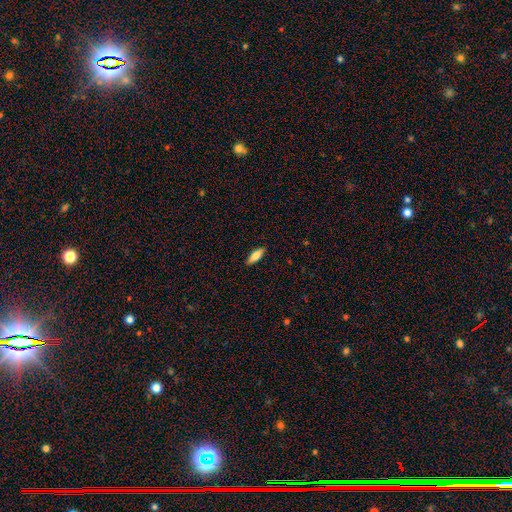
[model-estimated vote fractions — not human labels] Q: Smooth or featured?
A: smooth (80%); runner-up: featured or disk (14%)
Q: How rounded?
A: in between (63%); runner-up: cigar-shaped (35%)
Q: Merging?
A: none (89%); runner-up: minor disturbance (9%)